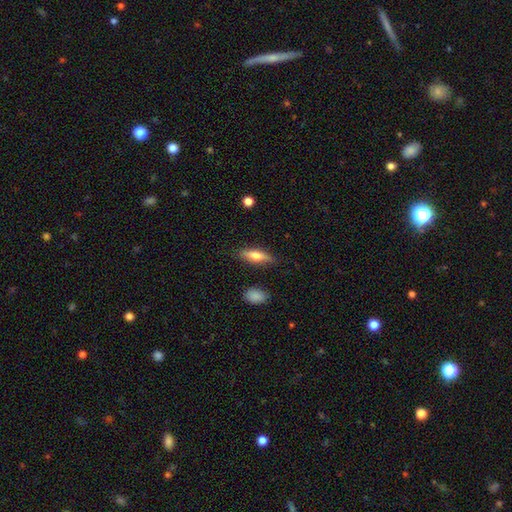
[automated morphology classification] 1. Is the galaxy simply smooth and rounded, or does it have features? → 63% smooth, 31% featured or disk, 7% star or artifact.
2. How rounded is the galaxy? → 51% cigar-shaped, 46% in between, 3% round.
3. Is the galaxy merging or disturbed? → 82% none, 13% minor disturbance, 3% major disturbance, 2% merger.